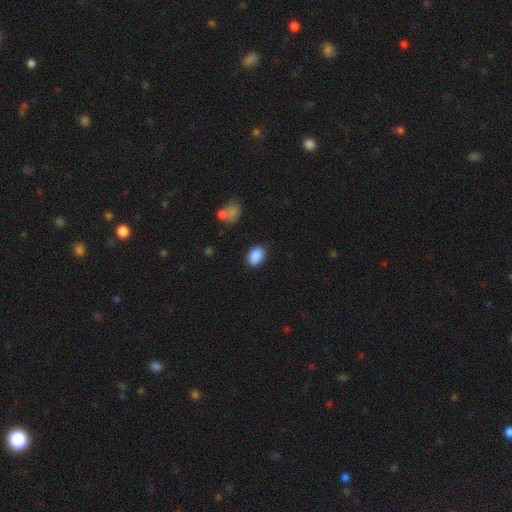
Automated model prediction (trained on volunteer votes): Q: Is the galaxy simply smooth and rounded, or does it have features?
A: smooth — 89%.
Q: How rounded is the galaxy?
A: in between — 79%.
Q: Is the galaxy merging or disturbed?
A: none — 84%.